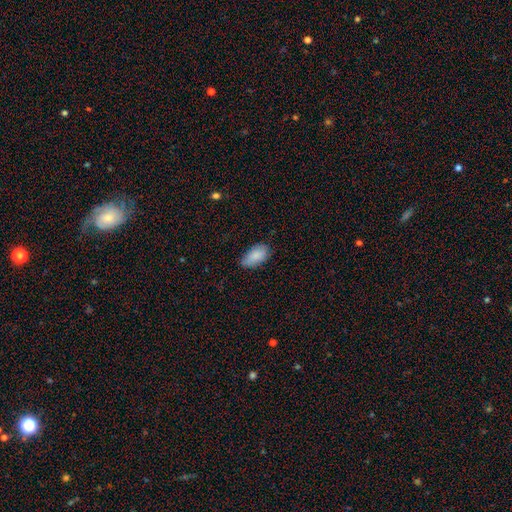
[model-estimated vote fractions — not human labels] This appears to be a smooth galaxy with no disk features (87%) that is in between round and cigar-shaped (93%). Merging: none (66%).